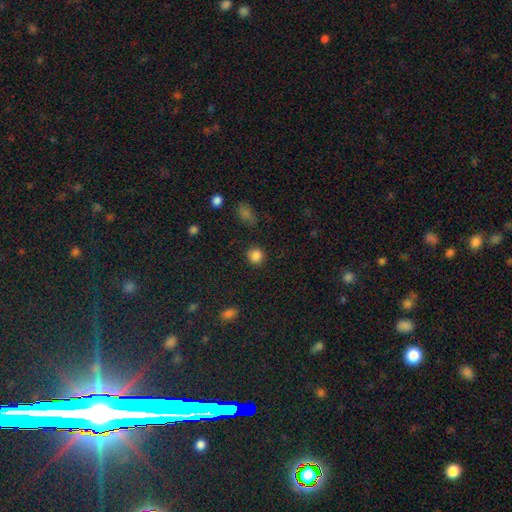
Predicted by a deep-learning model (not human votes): A smooth galaxy with no disk features (84%) that is round (89%). Merging: none (87%).